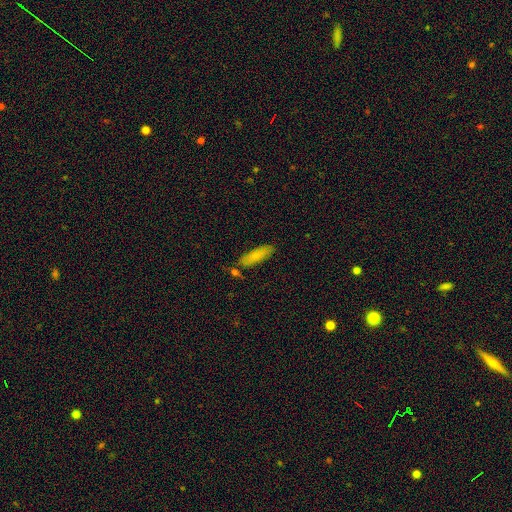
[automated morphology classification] Overall: smooth (79%). How rounded: cigar-shaped (53%; in between 45%). Merging: none (77%).